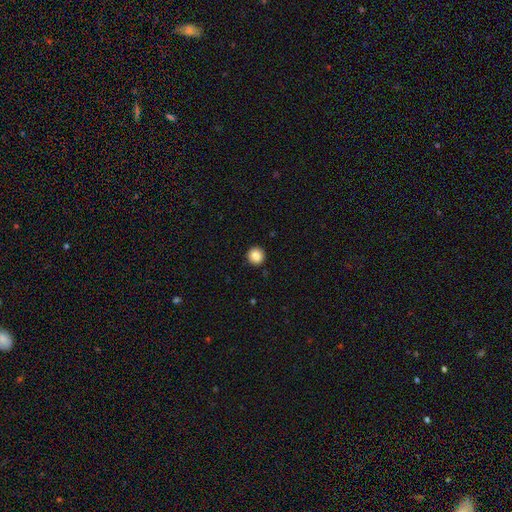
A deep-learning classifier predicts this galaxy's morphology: This appears to be a smooth galaxy with no disk features (84%) that is round (96%). Merging: none (93%).